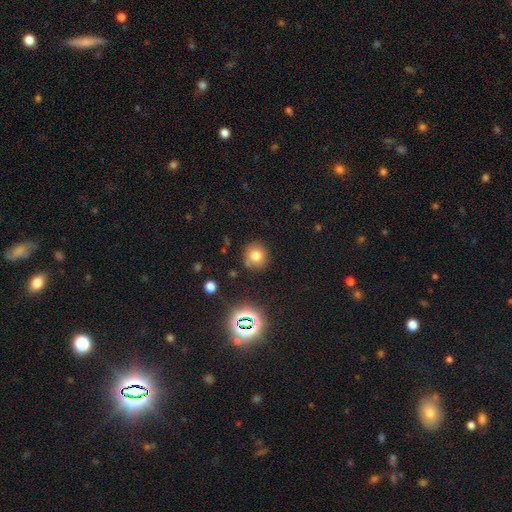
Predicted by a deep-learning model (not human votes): Morphology: type=smooth (72%); roundness=round (91%); merging=none (83%).